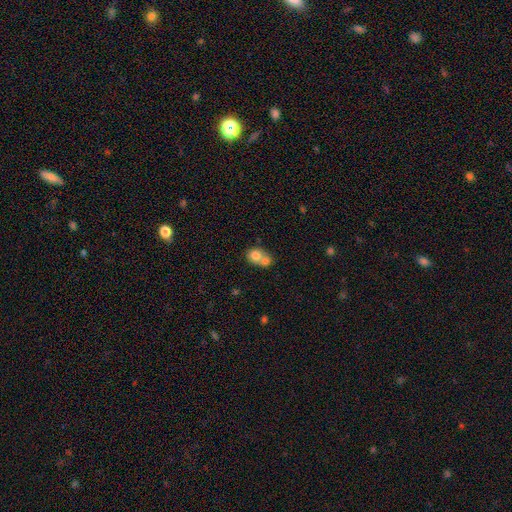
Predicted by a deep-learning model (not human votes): A smooth galaxy with no disk features (75%) that is round (71%).

Vote fractions:
- Smooth or featured? smooth: 75% / featured or disk: 16% / star or artifact: 9%
- How rounded? round: 71% / in between: 28% / cigar-shaped: 1%
- Merging? merger: 65% / none: 26% / minor disturbance: 6% / major disturbance: 3%